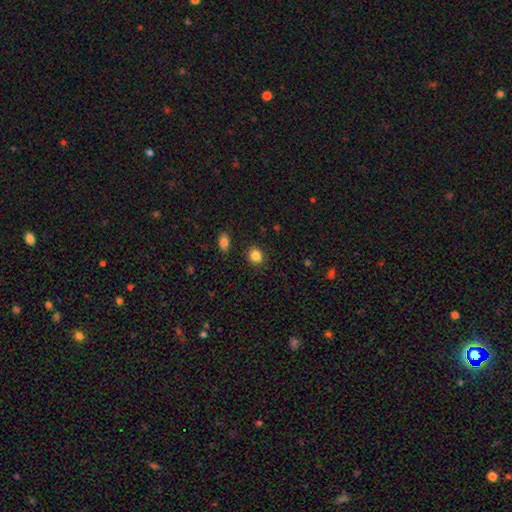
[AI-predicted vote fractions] Overall: smooth (85%). How rounded: round (80%). Merging: none (89%).